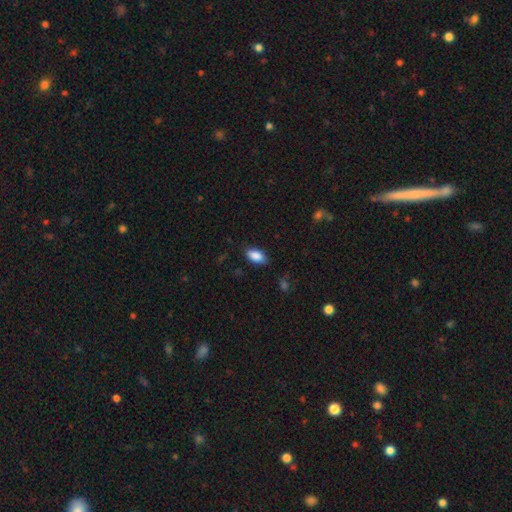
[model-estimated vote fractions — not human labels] Smooth or featured?
  - smooth: 88% *
  - star or artifact: 7%
  - featured or disk: 4%
How rounded?
  - in between: 93% *
  - cigar-shaped: 4%
  - round: 3%
Merging?
  - none: 83% *
  - minor disturbance: 13%
  - major disturbance: 3%
  - merger: 1%